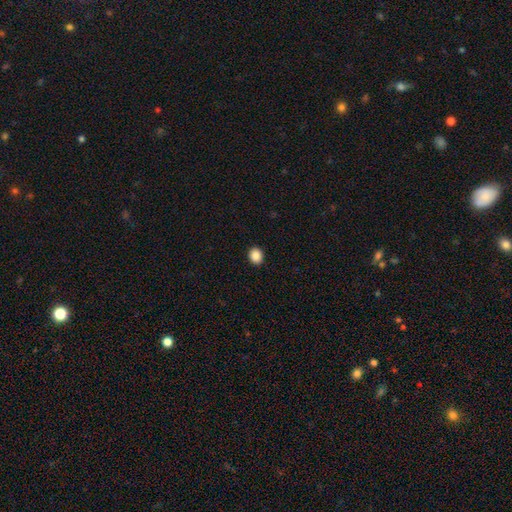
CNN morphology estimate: A smooth galaxy with no disk features (88%) that is round (69%).

Vote fractions:
- Smooth or featured? smooth: 88% / star or artifact: 9% / featured or disk: 3%
- How rounded? round: 69% / in between: 30% / cigar-shaped: 1%
- Merging? none: 92% / minor disturbance: 5% / major disturbance: 2% / merger: 1%